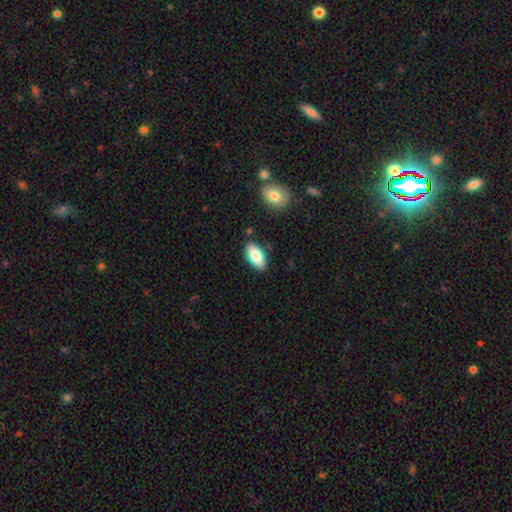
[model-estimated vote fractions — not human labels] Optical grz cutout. It shows a smooth galaxy with no disk features (81%) that is in between round and cigar-shaped (89%). Merging: none (84%).